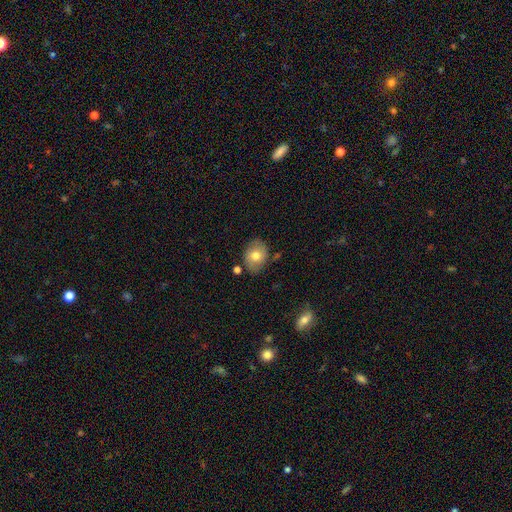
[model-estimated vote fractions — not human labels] This is likely a smooth galaxy (71%). How rounded: likely in between (61%). Merging: likely none (76%).